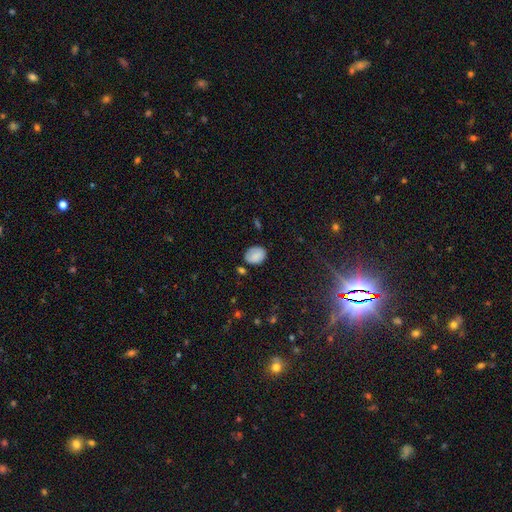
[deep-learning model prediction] Smooth or featured? smooth (82%)
How rounded? in between (57%)
Merging? none (72%)